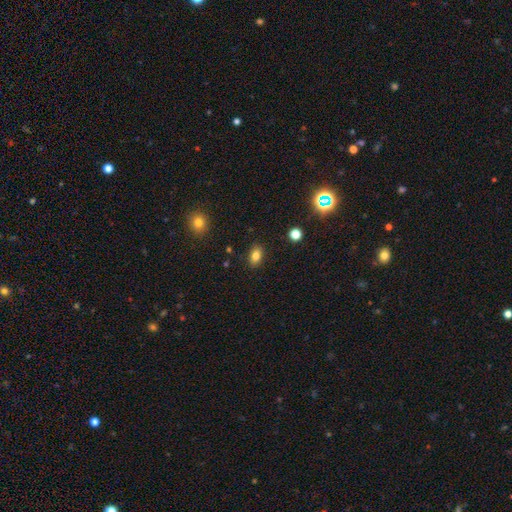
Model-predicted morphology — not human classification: type=smooth (81%); roundness=in between (83%); merging=none (87%).